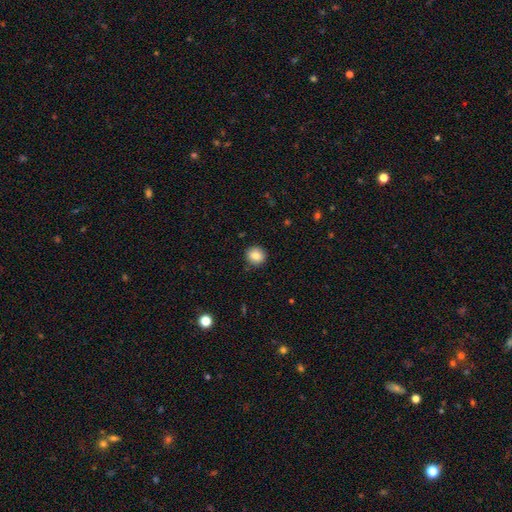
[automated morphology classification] smooth_or_featured: smooth (p=0.84) [alt: star or artifact p=0.09]
how_rounded: round (p=0.87) [alt: in between p=0.12]
merging: none (p=0.89) [alt: minor disturbance p=0.08]